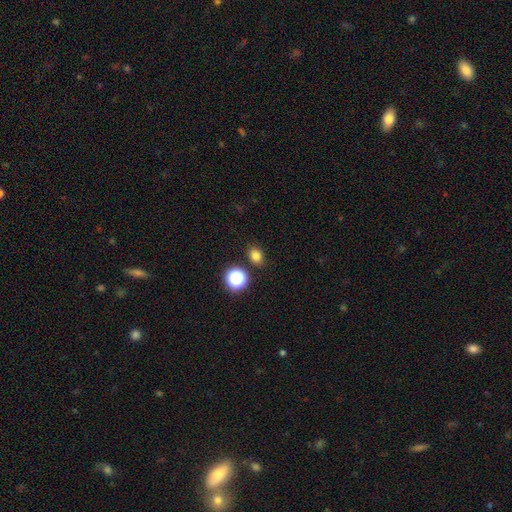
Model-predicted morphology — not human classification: Overall: smooth (79%). How rounded: in between (53%; round 46%). Merging: none (85%).